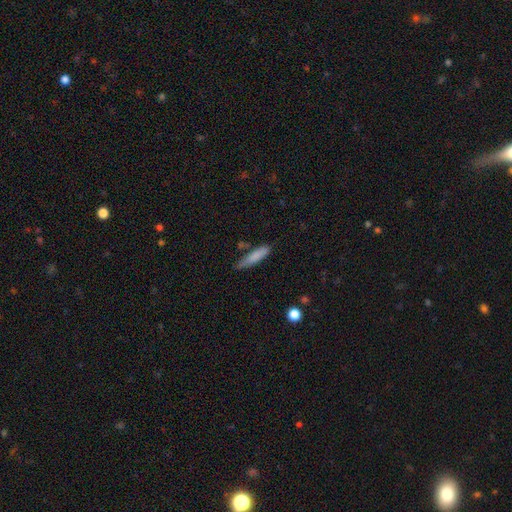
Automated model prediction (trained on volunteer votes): Morphology: type=smooth (81%); roundness=cigar-shaped (78%); merging=none (66%).